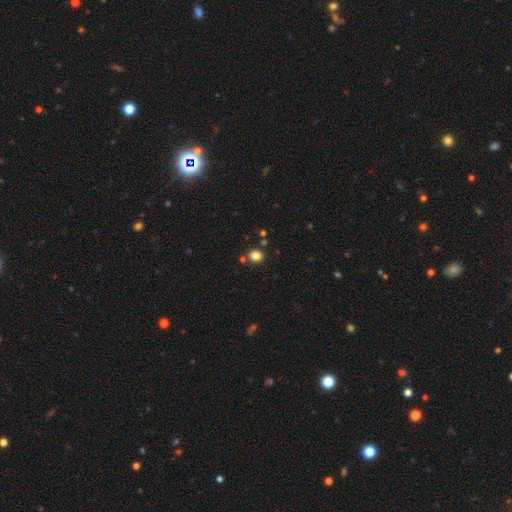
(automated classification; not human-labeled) This appears to be a smooth galaxy with no disk features (83%) that is round (73%). Merging: none (80%).